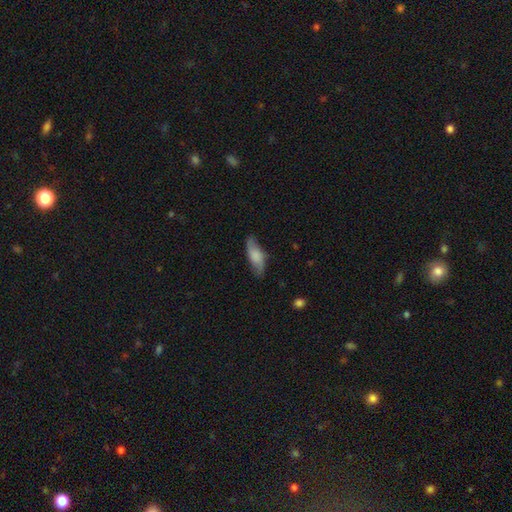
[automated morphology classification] smooth-or-featured: smooth: 65% | featured or disk: 28% | star or artifact: 7%
  how-rounded: in between: 66% | cigar-shaped: 32% | round: 2%
  merging: none: 75% | minor disturbance: 19% | major disturbance: 4% | merger: 1%